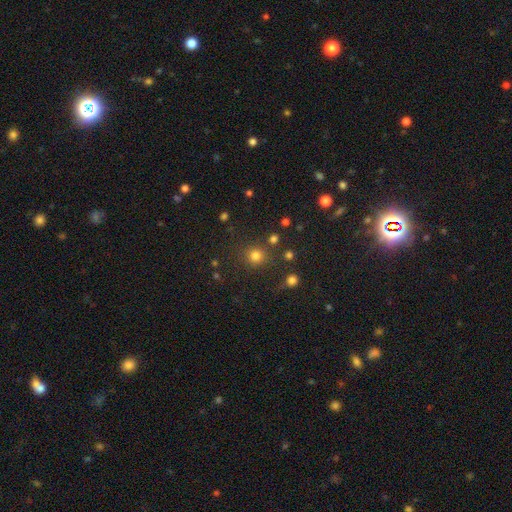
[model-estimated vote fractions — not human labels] Smooth or featured?
  - smooth: 78% *
  - star or artifact: 16%
  - featured or disk: 5%
How rounded?
  - round: 91% *
  - in between: 8%
  - cigar-shaped: 1%
Merging?
  - none: 80% *
  - minor disturbance: 9%
  - merger: 7%
  - major disturbance: 4%